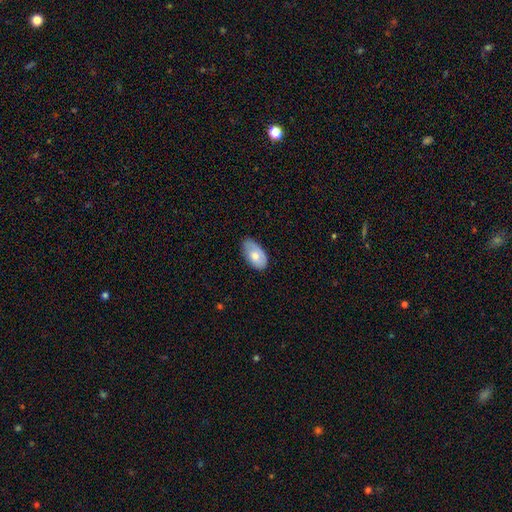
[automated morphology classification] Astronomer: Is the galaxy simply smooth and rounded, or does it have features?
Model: smooth — 70%.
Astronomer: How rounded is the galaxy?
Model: in between — 94%.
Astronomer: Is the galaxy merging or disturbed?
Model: none — 66%.